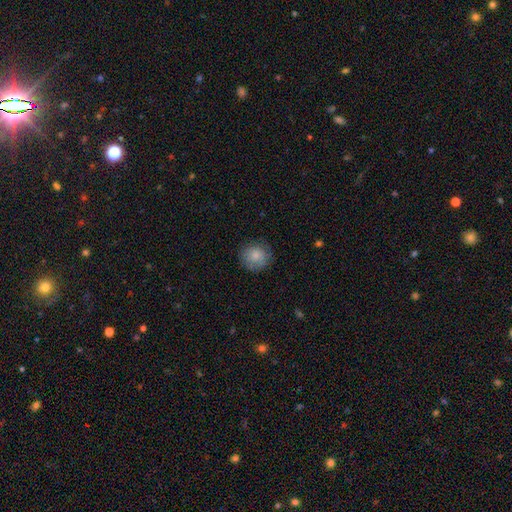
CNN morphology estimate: smooth_or_featured: smooth (p=0.82) [alt: featured or disk p=0.10]
how_rounded: round (p=0.88) [alt: in between p=0.11]
merging: none (p=0.80) [alt: minor disturbance p=0.15]